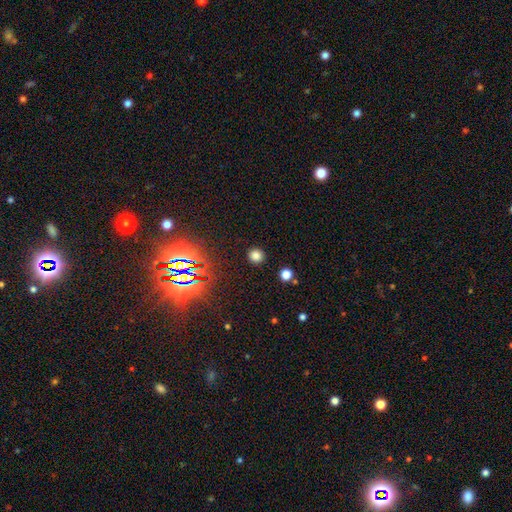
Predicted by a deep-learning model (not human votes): Smooth or featured?
  - smooth: 77% *
  - star or artifact: 18%
  - featured or disk: 5%
How rounded?
  - round: 91% *
  - in between: 8%
  - cigar-shaped: 1%
Merging?
  - none: 90% *
  - minor disturbance: 6%
  - major disturbance: 2%
  - merger: 2%